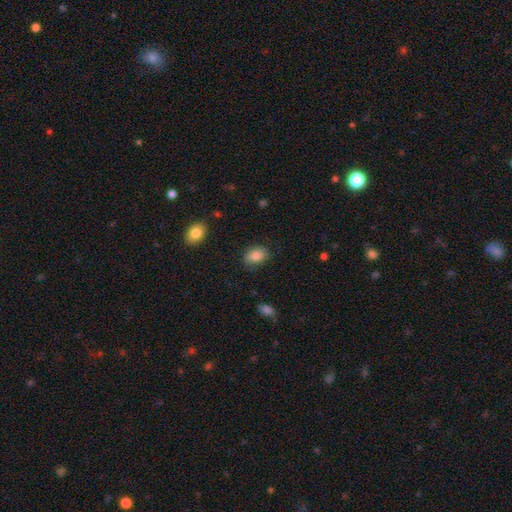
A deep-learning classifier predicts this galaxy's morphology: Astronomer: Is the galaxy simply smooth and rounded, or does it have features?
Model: smooth — 85%.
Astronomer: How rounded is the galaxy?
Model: in between — 81%.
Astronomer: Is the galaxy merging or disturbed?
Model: none — 80%.